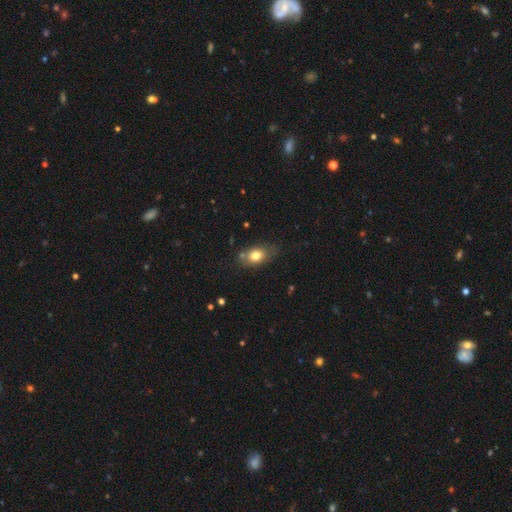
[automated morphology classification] A smooth galaxy with no disk features (77%) that is in between round and cigar-shaped (77%). Merging: none (68%).